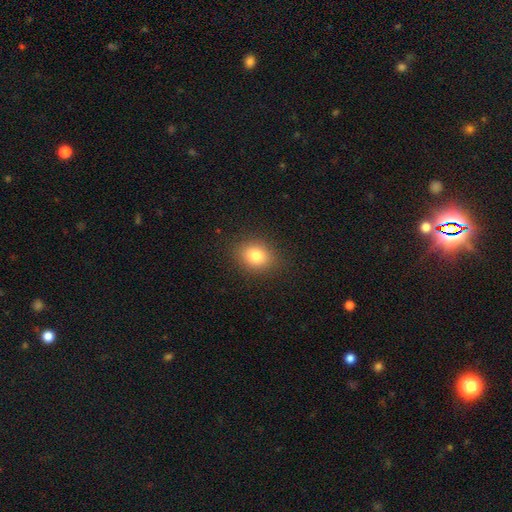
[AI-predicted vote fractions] A smooth galaxy with no disk features (80%) that is round (55%).

Vote fractions:
- Smooth or featured? smooth: 80% / star or artifact: 11% / featured or disk: 8%
- How rounded? round: 55% / in between: 44% / cigar-shaped: 1%
- Merging? none: 88% / minor disturbance: 8% / major disturbance: 3% / merger: 1%